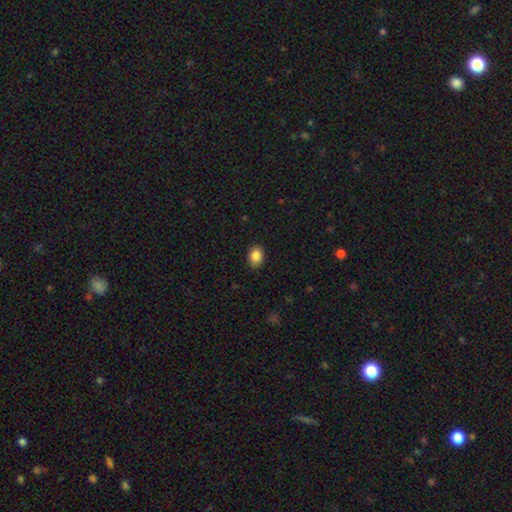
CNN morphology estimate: Q: Smooth or featured?
A: smooth (87%); runner-up: star or artifact (9%)
Q: How rounded?
A: in between (69%); runner-up: round (30%)
Q: Merging?
A: none (86%); runner-up: minor disturbance (11%)